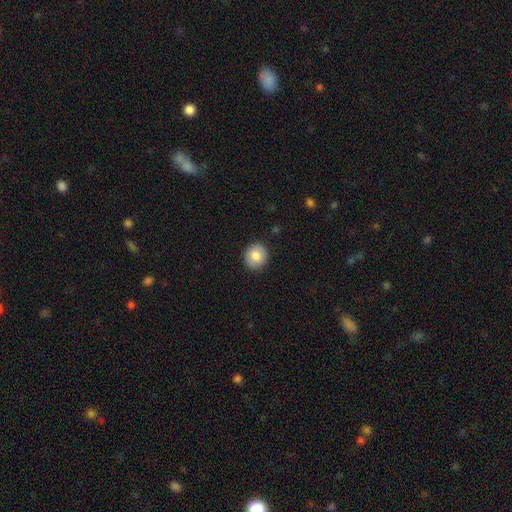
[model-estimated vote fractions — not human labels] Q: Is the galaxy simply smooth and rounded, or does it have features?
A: smooth — 81%.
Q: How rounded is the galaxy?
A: round — 74%.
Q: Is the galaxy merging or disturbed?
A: none — 89%.